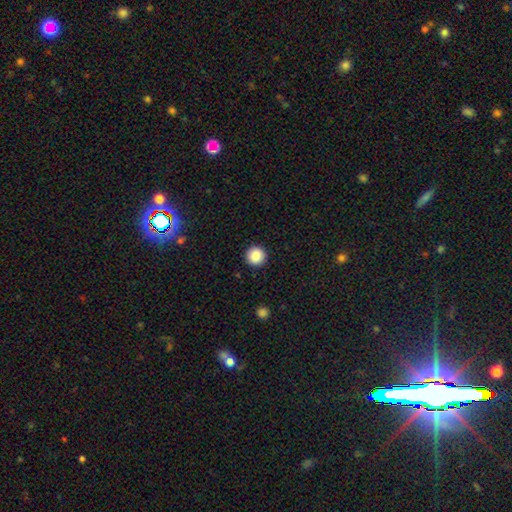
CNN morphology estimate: A smooth galaxy with no disk features (87%) that is round (96%).

Vote fractions:
- Smooth or featured? smooth: 87% / star or artifact: 9% / featured or disk: 4%
- How rounded? round: 96% / in between: 3% / cigar-shaped: 1%
- Merging? none: 93% / minor disturbance: 4% / major disturbance: 2% / merger: 1%